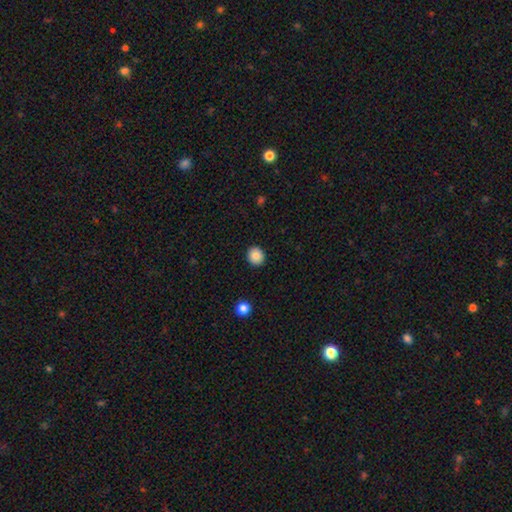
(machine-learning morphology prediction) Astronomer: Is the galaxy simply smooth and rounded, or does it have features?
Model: smooth — 87%.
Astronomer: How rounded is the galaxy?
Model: round — 83%.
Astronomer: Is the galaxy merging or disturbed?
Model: none — 92%.